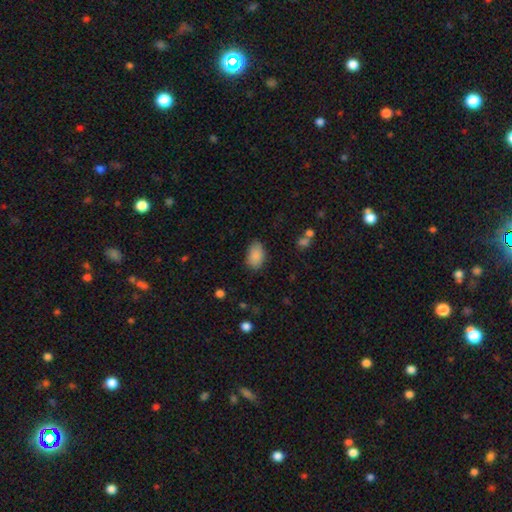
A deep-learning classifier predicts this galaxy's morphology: smooth_or_featured: smooth (p=0.88) [alt: star or artifact p=0.08]
how_rounded: in between (p=0.89) [alt: round p=0.10]
merging: none (p=0.80) [alt: minor disturbance p=0.15]